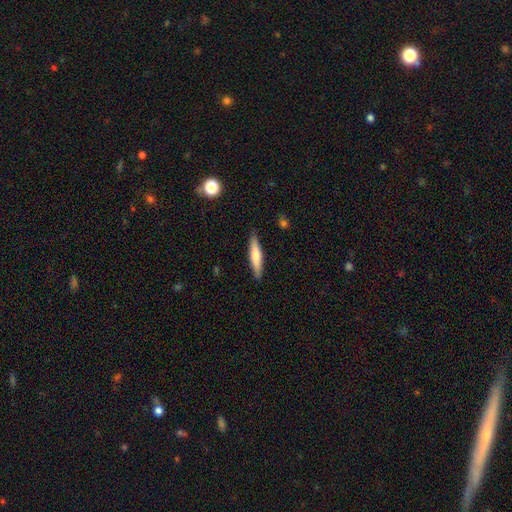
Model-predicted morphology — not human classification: Overall: smooth (65%; featured or disk 29%). How rounded: cigar-shaped (86%). Merging: none (89%).